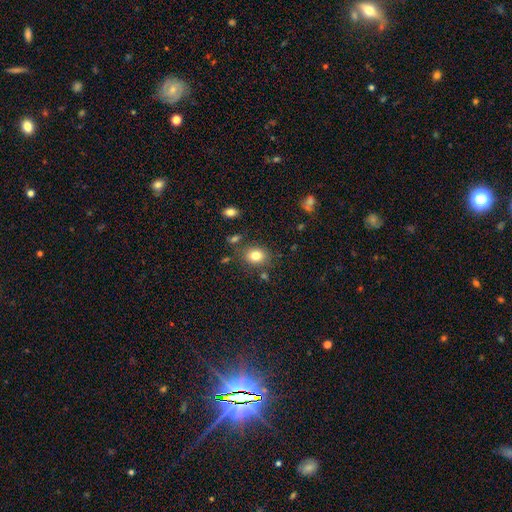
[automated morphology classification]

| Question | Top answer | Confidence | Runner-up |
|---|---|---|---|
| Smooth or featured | smooth | 81% | star or artifact (11%) |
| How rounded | in between | 50% | round (49%) |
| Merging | none | 80% | minor disturbance (11%) |